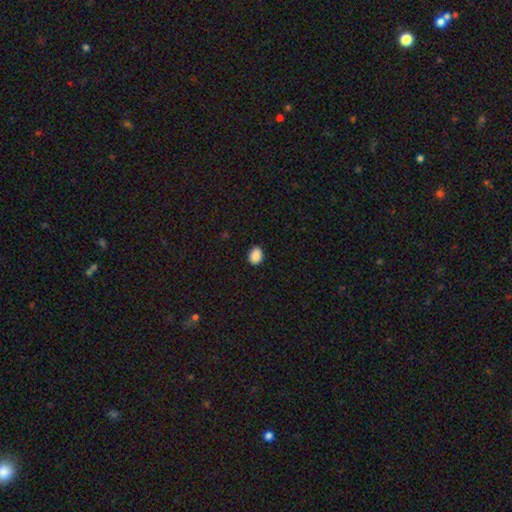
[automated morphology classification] Q: Smooth or featured?
A: smooth (89%); runner-up: star or artifact (8%)
Q: How rounded?
A: in between (57%); runner-up: round (42%)
Q: Merging?
A: none (89%); runner-up: minor disturbance (8%)